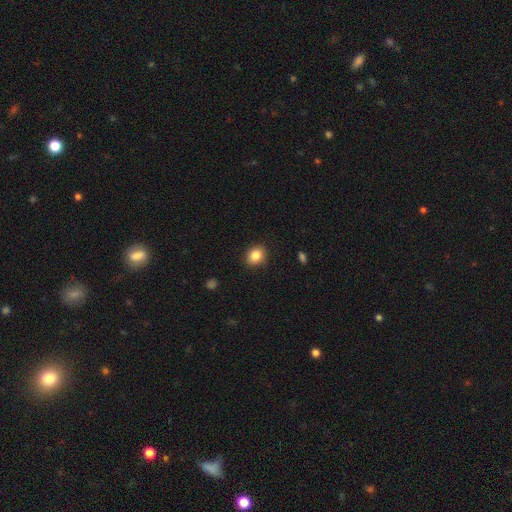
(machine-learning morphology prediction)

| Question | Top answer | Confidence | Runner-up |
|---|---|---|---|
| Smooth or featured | smooth | 85% | star or artifact (10%) |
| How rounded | round | 67% | in between (32%) |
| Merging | none | 89% | minor disturbance (8%) |